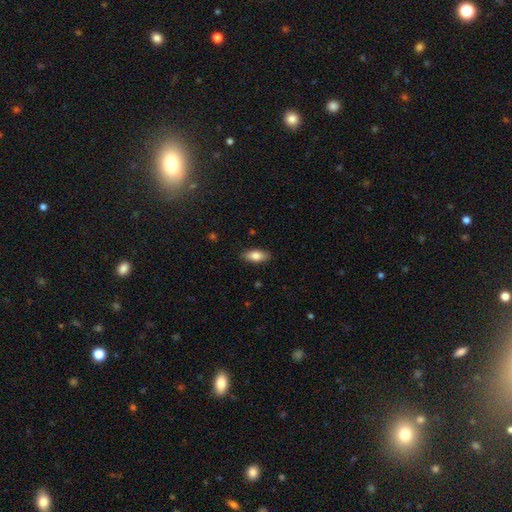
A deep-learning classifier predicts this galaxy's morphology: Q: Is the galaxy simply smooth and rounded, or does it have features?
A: smooth — 81%.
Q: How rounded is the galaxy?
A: in between — 84%.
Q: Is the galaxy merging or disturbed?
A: none — 88%.